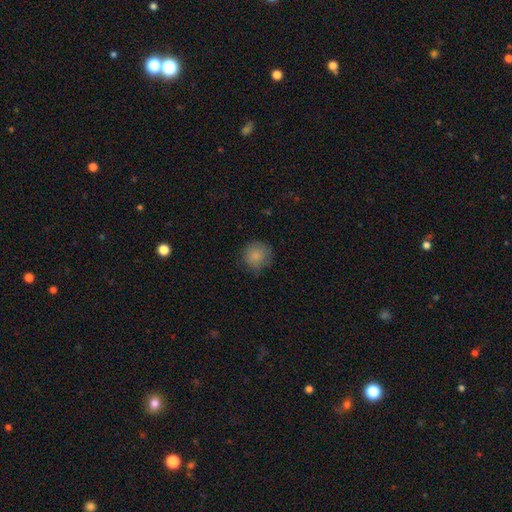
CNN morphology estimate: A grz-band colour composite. It shows a smooth galaxy with no disk features (84%) that is round (91%). Merging: none (75%).